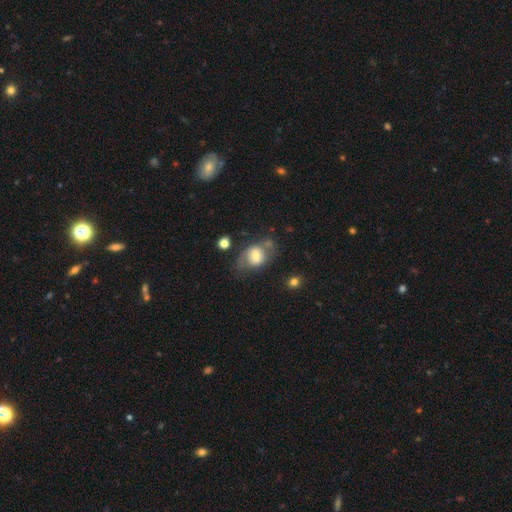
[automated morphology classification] smooth_or_featured: smooth (p=0.51) [alt: featured or disk p=0.41]
how_rounded: in between (p=0.58) [alt: round p=0.40]
merging: none (p=0.47) [alt: minor disturbance p=0.24]